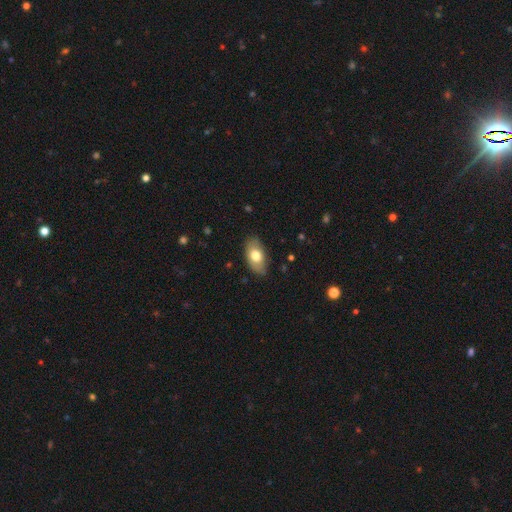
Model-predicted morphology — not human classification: Smooth or featured?
  - smooth: 72% *
  - featured or disk: 21%
  - star or artifact: 6%
How rounded?
  - in between: 93% *
  - round: 5%
  - cigar-shaped: 2%
Merging?
  - none: 82% *
  - minor disturbance: 15%
  - major disturbance: 3%
  - merger: 1%